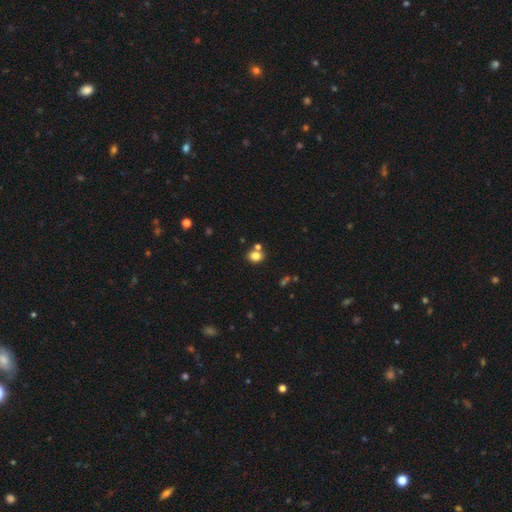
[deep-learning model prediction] Smooth or featured? Predicted: smooth (p=0.80). How rounded? Predicted: round (p=0.56). Merging? Predicted: none (p=0.65).